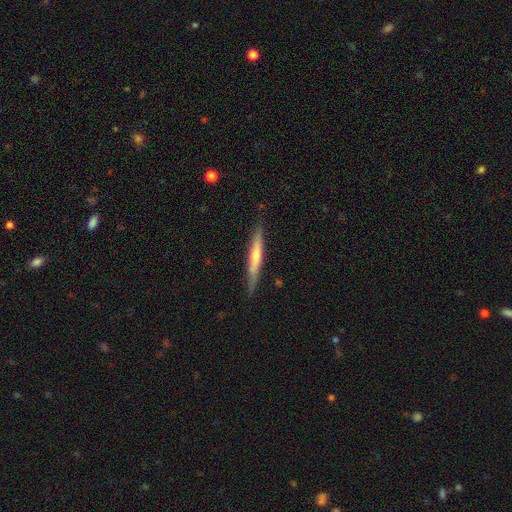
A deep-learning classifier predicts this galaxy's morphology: Smooth or featured?
  - featured or disk: 57% *
  - smooth: 37%
  - star or artifact: 6%
Edge-on disk?
  - yes: 96% *
  - no: 4%
Edge-on bulge?
  - rounded: 55% *
  - none: 36%
  - boxy: 9%
Merging?
  - none: 88% *
  - minor disturbance: 10%
  - major disturbance: 2%
  - merger: 1%